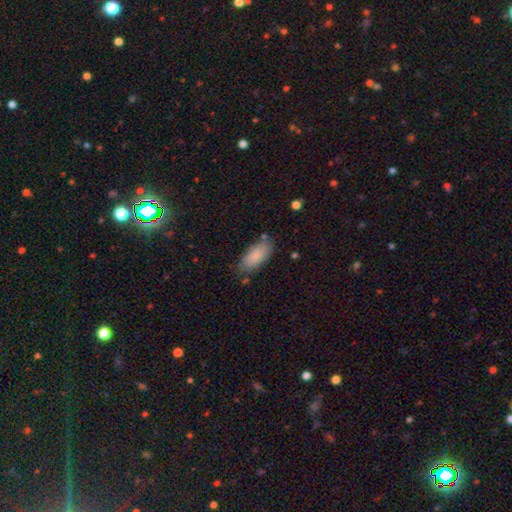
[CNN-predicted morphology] This is clearly a smooth galaxy (86%). How rounded: clearly in between (87%). Merging: likely none (75%).